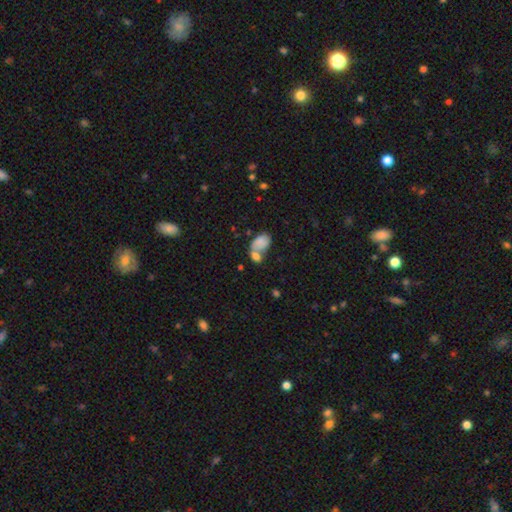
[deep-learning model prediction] A smooth galaxy with no disk features (59%) that is in between round and cigar-shaped (74%). Merging: merger (40%).